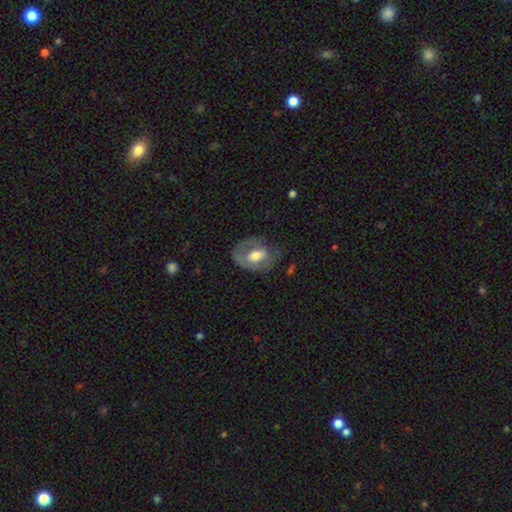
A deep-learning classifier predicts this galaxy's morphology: smooth-or-featured: featured or disk: 52% | smooth: 42% | star or artifact: 7%
  disk-edge-on: no: 93% | yes: 7%
  merging: none: 53% | minor disturbance: 25% | major disturbance: 20% | merger: 2%